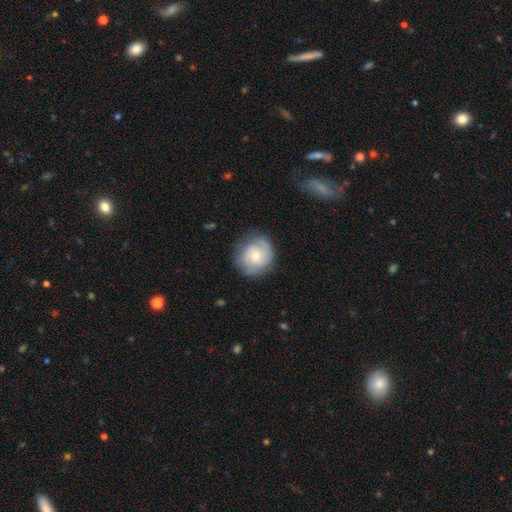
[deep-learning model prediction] Smooth or featured?
  - featured or disk: 54% *
  - smooth: 40%
  - star or artifact: 7%
Edge-on disk?
  - no: 98% *
  - yes: 2%
Bar?
  - no: 73% *
  - weak: 24%
  - strong: 3%
Spiral arms?
  - yes: 83% *
  - no: 17%
Bulge size?
  - moderate: 49% *
  - small: 45%
  - large: 3%
  - none: 1%
  - dominant: 1%
Merging?
  - none: 78% *
  - minor disturbance: 16%
  - major disturbance: 5%
  - merger: 1%